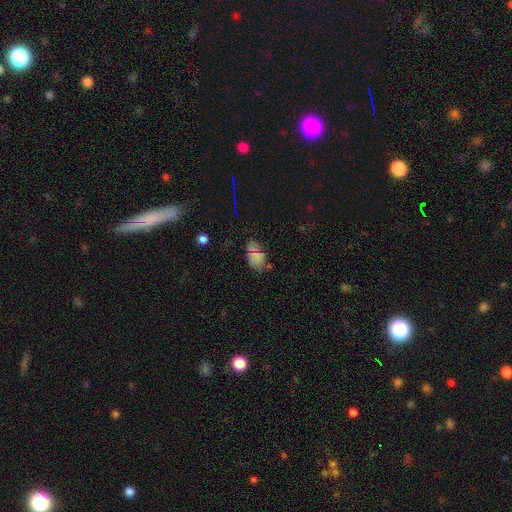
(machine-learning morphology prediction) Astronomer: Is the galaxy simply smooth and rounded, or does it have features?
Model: smooth — 67%.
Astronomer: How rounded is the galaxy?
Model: in between — 87%.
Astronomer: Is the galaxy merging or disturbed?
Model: none — 69%.